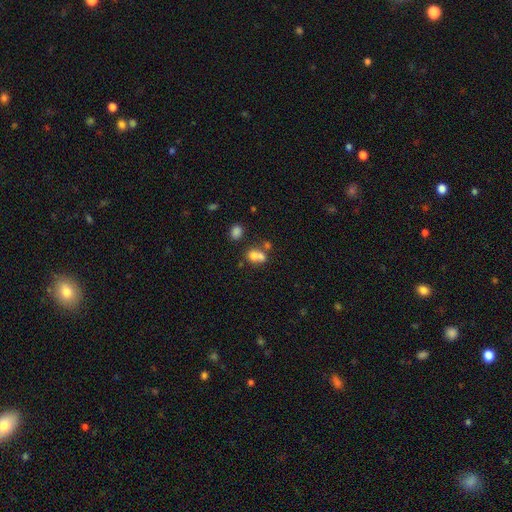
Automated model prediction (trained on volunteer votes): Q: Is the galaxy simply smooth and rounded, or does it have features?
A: smooth — 69%.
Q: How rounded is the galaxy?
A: round — 54%.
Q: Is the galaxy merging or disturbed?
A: merger — 60%.